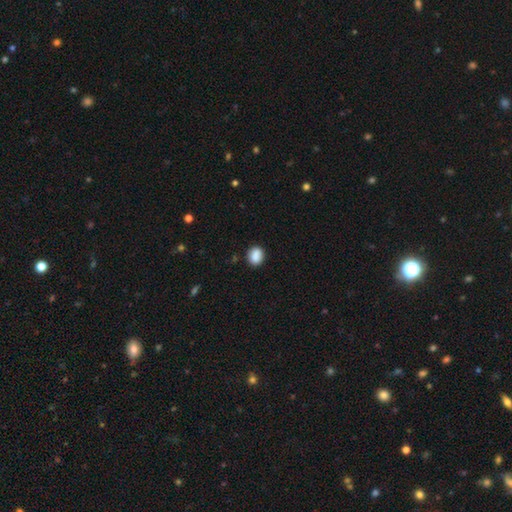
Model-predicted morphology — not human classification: This appears to be a smooth galaxy with no disk features (88%) that is round (56%). Merging: none (86%).